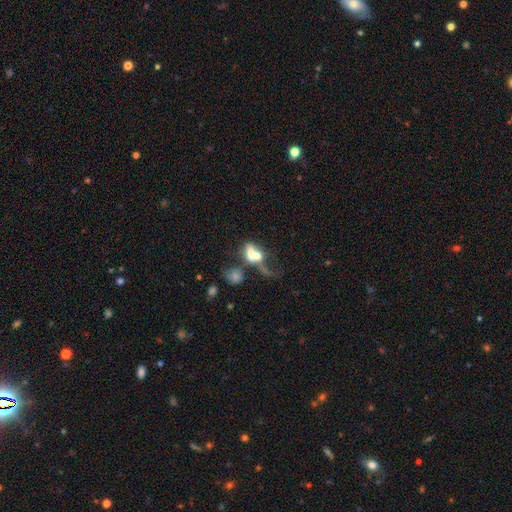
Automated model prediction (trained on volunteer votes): Smooth or featured: smooth — 53% (featured or disk — 34%)
How rounded: in between — 62% (round — 32%)
Merging: merger — 58% (major disturbance — 22%)